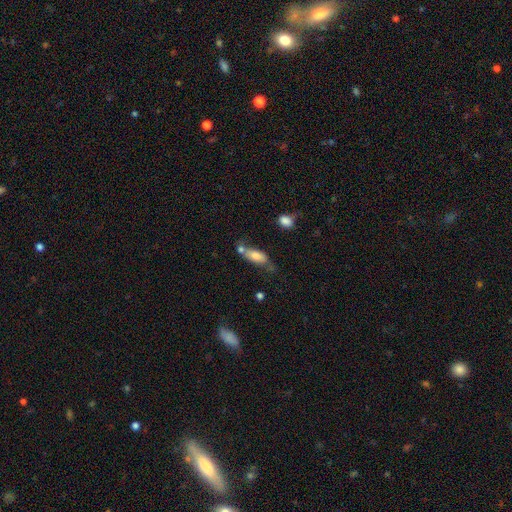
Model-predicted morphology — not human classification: Smooth or featured?
  - smooth: 70% *
  - featured or disk: 22%
  - star or artifact: 8%
How rounded?
  - in between: 77% *
  - cigar-shaped: 19%
  - round: 4%
Merging?
  - none: 44% *
  - merger: 24%
  - minor disturbance: 22%
  - major disturbance: 10%